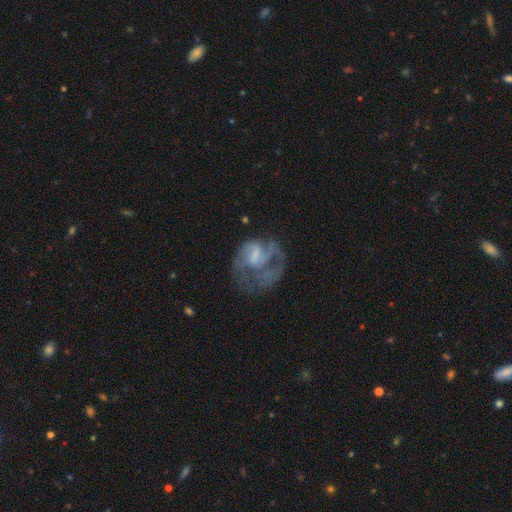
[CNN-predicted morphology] Overall: featured or disk (69%). Edge-on disk: no (98%). Bar: weak (46%; no 39%). Spiral arms: yes (71%). Bulge size: none (39%; moderate 26%). Merging: major disturbance (44%; none 34%).